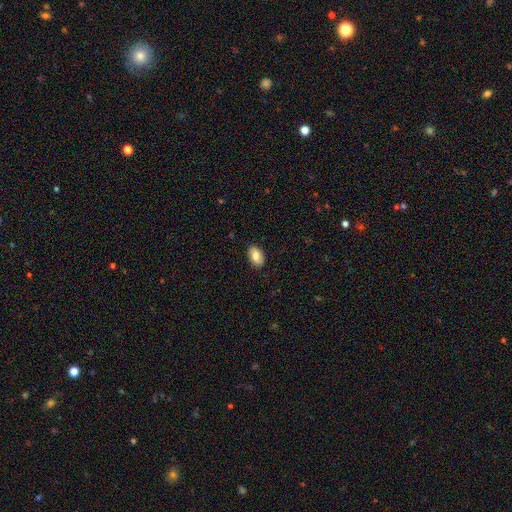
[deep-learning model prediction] smooth-or-featured: smooth: 78% | featured or disk: 15% | star or artifact: 7%
  how-rounded: in between: 92% | round: 7% | cigar-shaped: 2%
  merging: none: 86% | minor disturbance: 10% | major disturbance: 2% | merger: 1%